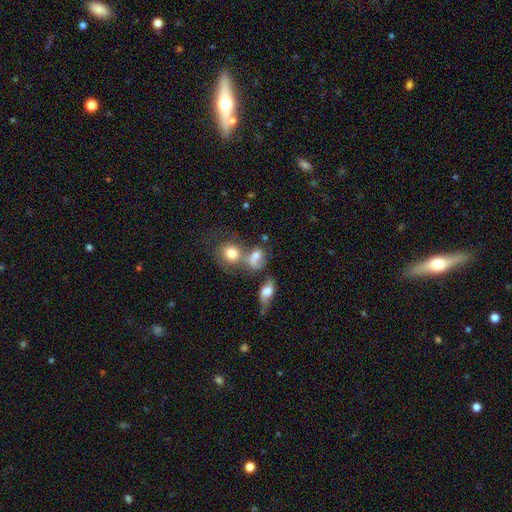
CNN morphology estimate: type=smooth (66%); roundness=in between (50%); merging=merger (47%).